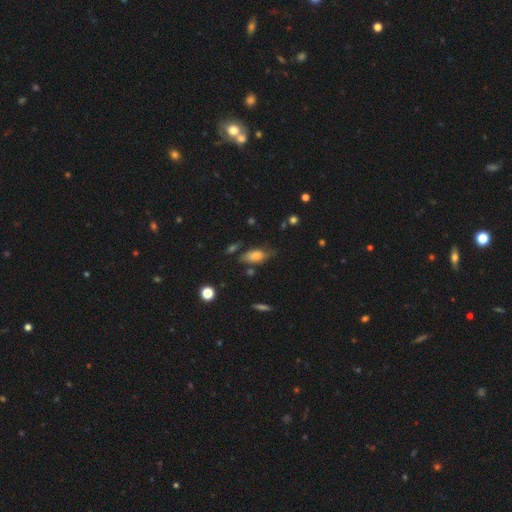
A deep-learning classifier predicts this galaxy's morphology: type=smooth (69%); roundness=in between (86%); merging=none (61%).